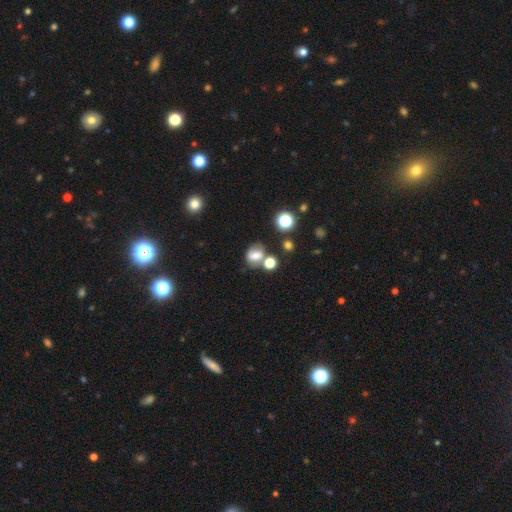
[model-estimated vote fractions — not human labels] The model was most divided on "how rounded": in between: 51%, round: 48%, cigar-shaped: 1%. More confident: smooth or featured — smooth (68%); merging — none (51%).